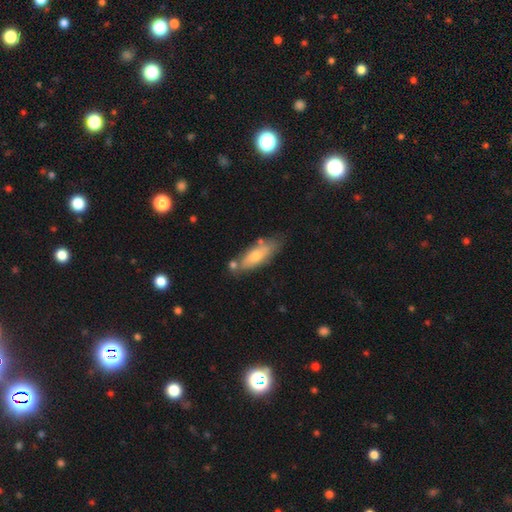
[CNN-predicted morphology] Smooth or featured?
  - smooth: 59% *
  - featured or disk: 35%
  - star or artifact: 7%
How rounded?
  - in between: 63% *
  - cigar-shaped: 35%
  - round: 2%
Merging?
  - none: 64% *
  - minor disturbance: 20%
  - merger: 11%
  - major disturbance: 5%